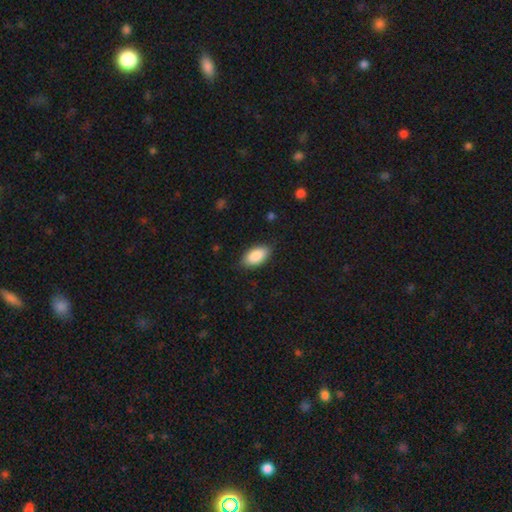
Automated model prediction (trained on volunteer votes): The model was most divided on "merging": none: 84%, minor disturbance: 12%, major disturbance: 2%, merger: 1%. More confident: how rounded — in between (94%); smooth or featured — smooth (87%).